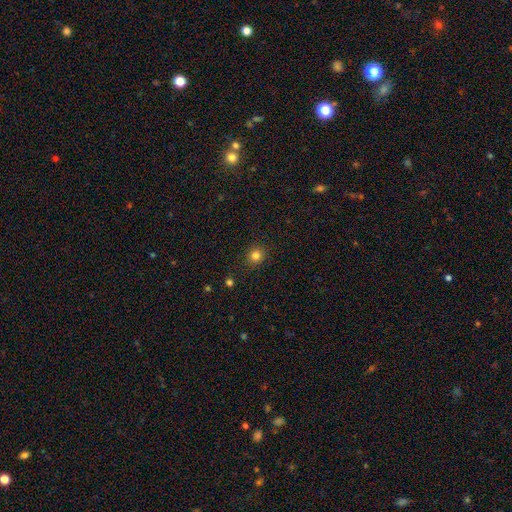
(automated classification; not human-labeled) This is clearly a smooth galaxy (82%). How rounded: clearly round (89%). Merging: clearly none (90%).